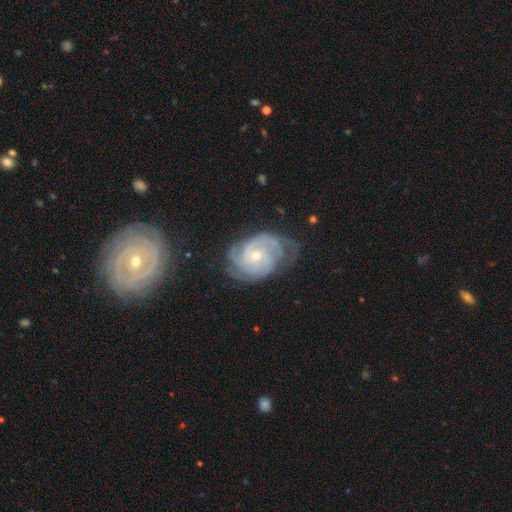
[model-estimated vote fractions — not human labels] featured or disk 88%, smooth 7%, star or artifact 6%. Down the decision tree: edge-on disk — no (97%); bar — no (69%); spiral arms — yes (97%); spiral arm count — 3 (29%); spiral winding — tight (68%); bulge size — small (58%); merging — none (65%).